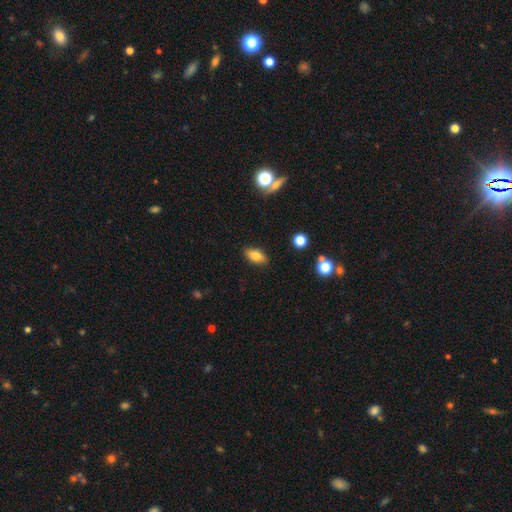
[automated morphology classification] Q: Smooth or featured?
A: smooth (78%); runner-up: featured or disk (13%)
Q: How rounded?
A: in between (87%); runner-up: cigar-shaped (8%)
Q: Merging?
A: none (87%); runner-up: minor disturbance (9%)